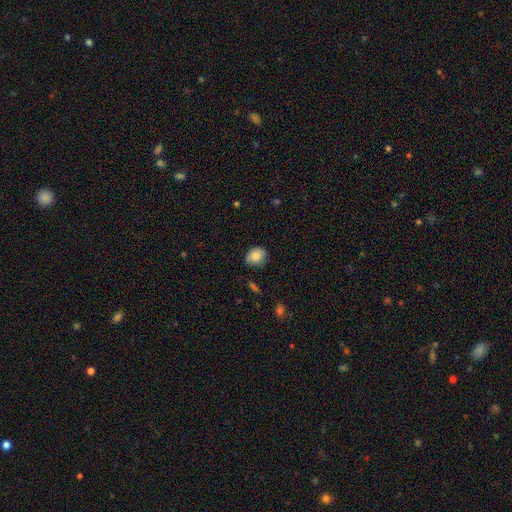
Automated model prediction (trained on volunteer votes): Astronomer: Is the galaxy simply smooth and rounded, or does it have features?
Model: smooth — 84%.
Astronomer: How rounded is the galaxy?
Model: round — 53% (runner-up: in between, 46%).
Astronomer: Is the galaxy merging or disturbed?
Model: none — 74%.